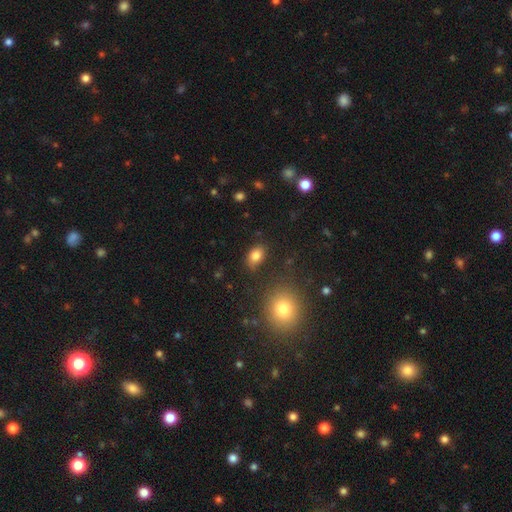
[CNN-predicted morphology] Smooth or featured? Predicted: smooth (p=0.83). How rounded? Predicted: in between (p=0.82). Merging? Predicted: none (p=0.79).